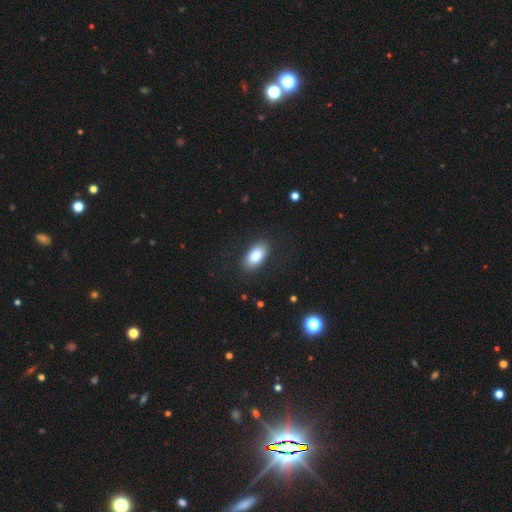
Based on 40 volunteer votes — This appears to be a smooth galaxy with no disk features (82%) that is in between round and cigar-shaped (94%). Merging: none (89%).